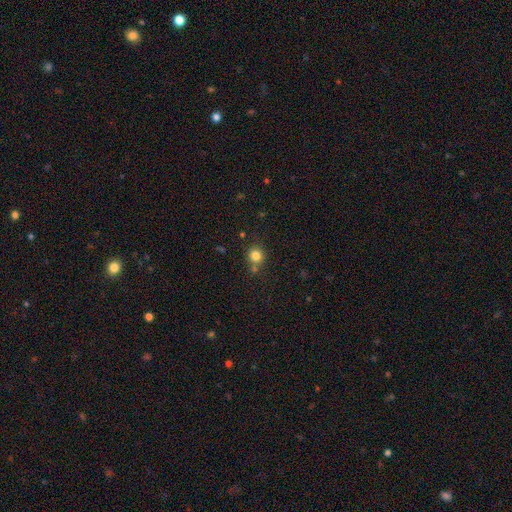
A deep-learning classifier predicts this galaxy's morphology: Smooth or featured? smooth (80%)
How rounded? round (90%)
Merging? none (69%)